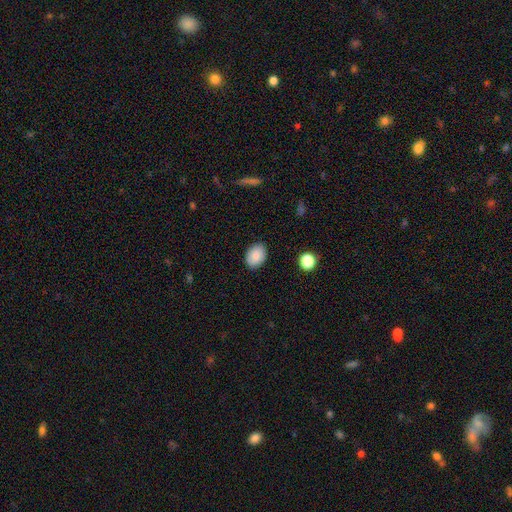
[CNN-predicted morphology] The model was most divided on "how rounded": in between: 73%, round: 26%, cigar-shaped: 1%. More confident: merging — none (87%); smooth or featured — smooth (86%).